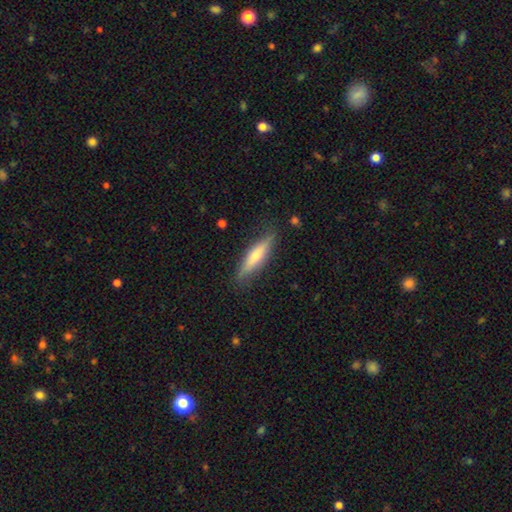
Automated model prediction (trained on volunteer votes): This appears to be a smooth galaxy with no disk features (57%) that is cigar-shaped (77%). Merging: none (82%).